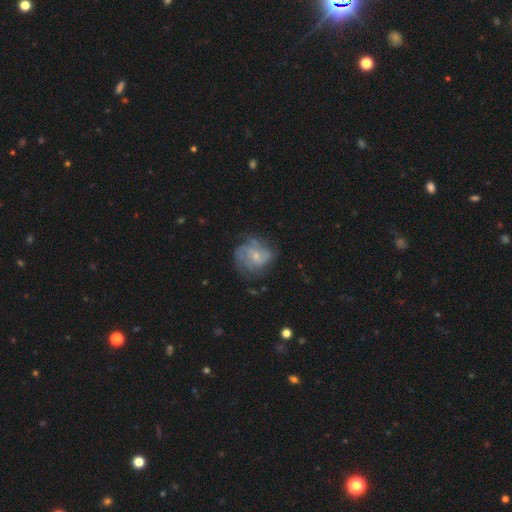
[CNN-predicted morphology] Smooth or featured? Predicted: featured or disk (p=0.67). Edge-on disk? Predicted: no (p=0.98). Bar? Predicted: no (p=0.65). Spiral arms? Predicted: yes (p=0.80). Spiral winding? Predicted: medium (p=0.41). Spiral arm count? Predicted: can't tell (p=0.40). Bulge size? Predicted: small (p=0.64). Merging? Predicted: none (p=0.59).